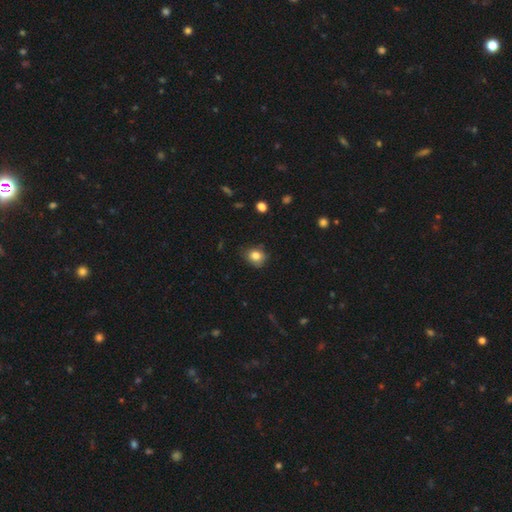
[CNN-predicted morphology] Smooth or featured? smooth (82%)
How rounded? round (62%)
Merging? none (73%)